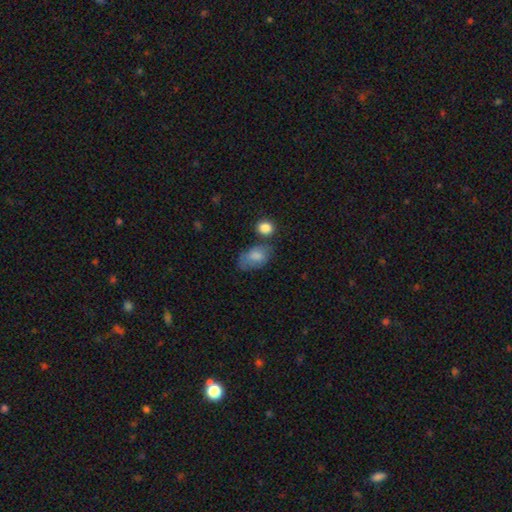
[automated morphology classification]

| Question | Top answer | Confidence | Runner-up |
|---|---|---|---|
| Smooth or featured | smooth | 78% | featured or disk (15%) |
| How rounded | in between | 89% | round (10%) |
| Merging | none | 44% | minor disturbance (30%) |